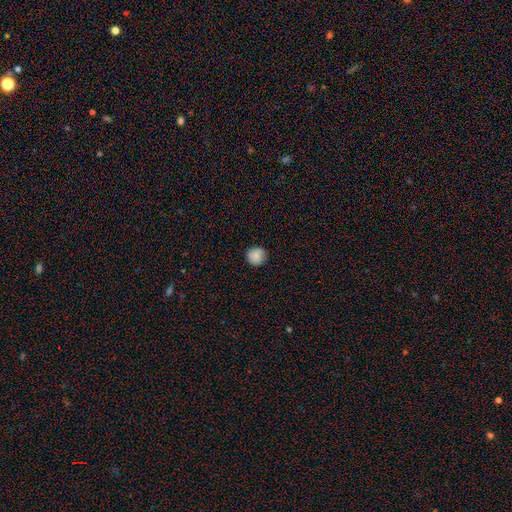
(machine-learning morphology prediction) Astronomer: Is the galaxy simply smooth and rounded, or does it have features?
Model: smooth — 85%.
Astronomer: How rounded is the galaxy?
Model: round — 92%.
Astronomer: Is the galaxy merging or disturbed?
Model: none — 85%.